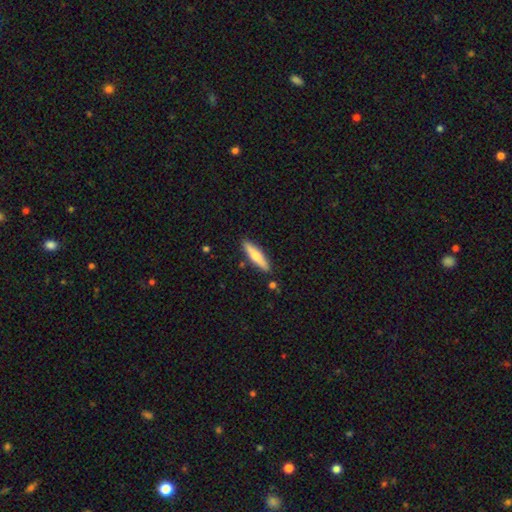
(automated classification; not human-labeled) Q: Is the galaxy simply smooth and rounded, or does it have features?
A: smooth — 62%.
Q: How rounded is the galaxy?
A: cigar-shaped — 80%.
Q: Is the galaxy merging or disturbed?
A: none — 86%.